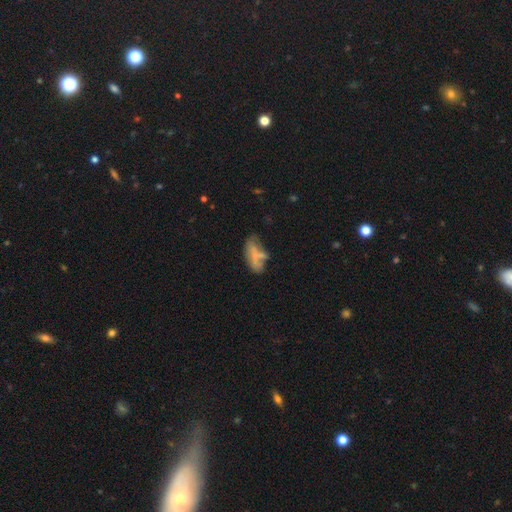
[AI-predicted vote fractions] Smooth or featured: smooth — 52% (featured or disk — 36%)
How rounded: in between — 85% (cigar-shaped — 11%)
Merging: none — 34% (minor disturbance — 25%)